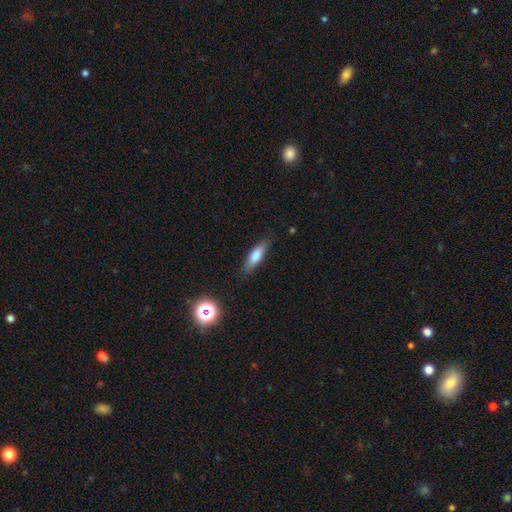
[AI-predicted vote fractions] The model was most divided on "how rounded": cigar-shaped: 51%, in between: 47%, round: 2%. More confident: merging — none (83%); smooth or featured — smooth (72%).